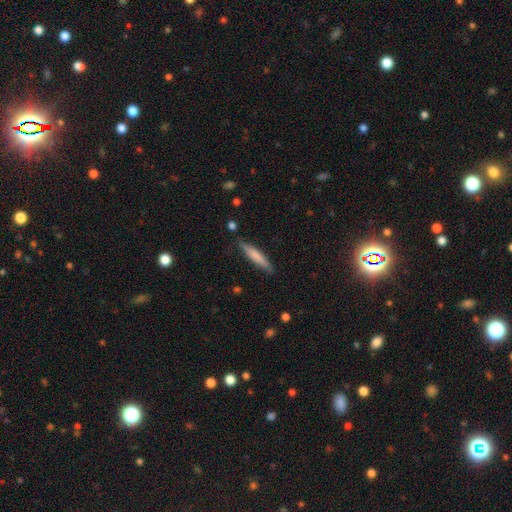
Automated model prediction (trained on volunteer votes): Smooth or featured?
  - smooth: 71% *
  - featured or disk: 24%
  - star or artifact: 5%
How rounded?
  - cigar-shaped: 88% *
  - in between: 11%
  - round: 1%
Merging?
  - none: 84% *
  - minor disturbance: 12%
  - major disturbance: 2%
  - merger: 2%